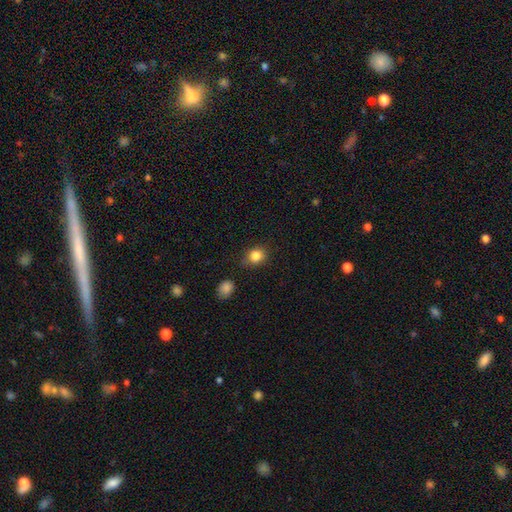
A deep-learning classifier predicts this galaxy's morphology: Overall: smooth (84%). How rounded: round (65%; in between 34%). Merging: none (78%).